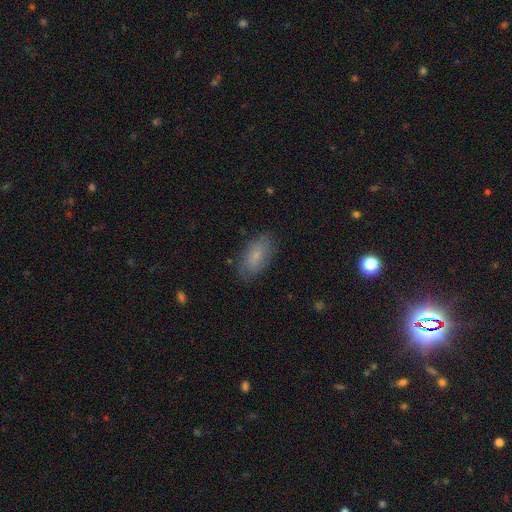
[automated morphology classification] smooth 77%, featured or disk 16%, star or artifact 8%. Down the decision tree: how rounded — in between (89%); merging — none (81%).